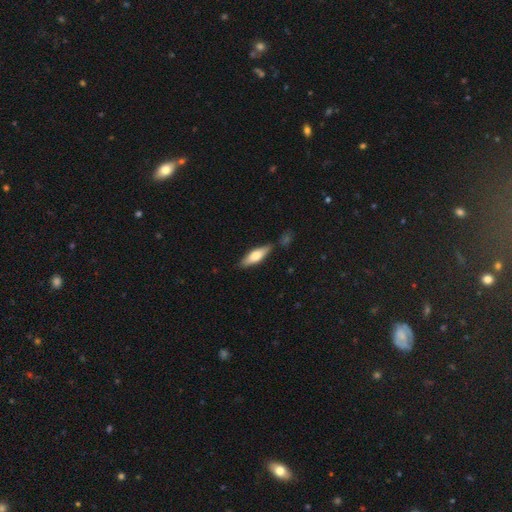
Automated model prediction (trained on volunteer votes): Morphology: type=smooth (59%); roundness=cigar-shaped (54%); merging=none (79%).